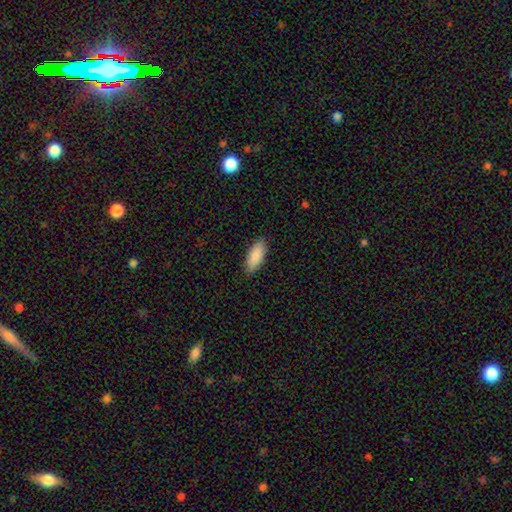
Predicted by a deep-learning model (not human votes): Smooth or featured: smooth — 90% (star or artifact — 5%)
How rounded: in between — 82% (cigar-shaped — 17%)
Merging: none — 88% (minor disturbance — 9%)